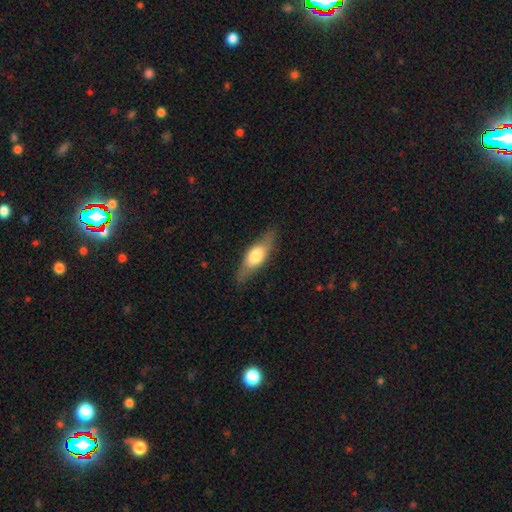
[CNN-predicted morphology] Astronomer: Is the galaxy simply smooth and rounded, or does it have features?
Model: smooth — 55% (runner-up: featured or disk, 39%).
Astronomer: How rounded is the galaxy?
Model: in between — 57% (runner-up: cigar-shaped, 40%).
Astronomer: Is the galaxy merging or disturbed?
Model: none — 82%.